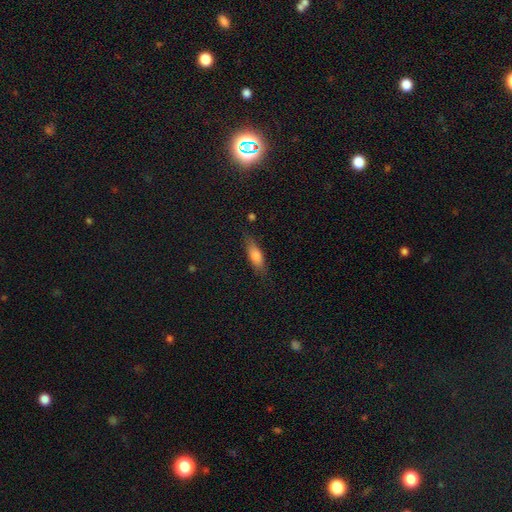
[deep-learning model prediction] A smooth galaxy with no disk features (75%) that is in between round and cigar-shaped (63%).

Vote fractions:
- Smooth or featured? smooth: 75% / featured or disk: 18% / star or artifact: 7%
- How rounded? in between: 63% / cigar-shaped: 34% / round: 3%
- Merging? none: 75% / minor disturbance: 19% / major disturbance: 4% / merger: 2%